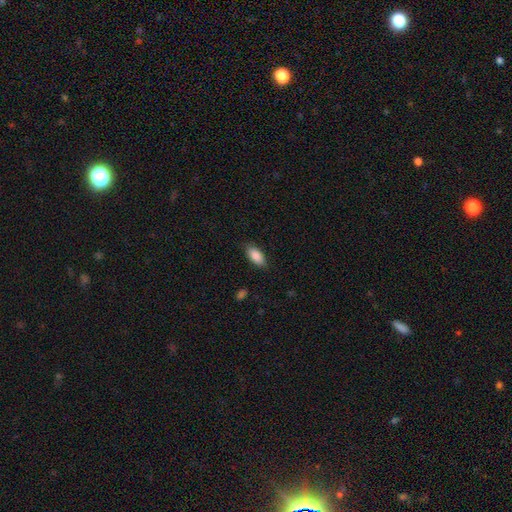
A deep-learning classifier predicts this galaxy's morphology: type=smooth (88%); roundness=in between (90%); merging=none (85%).